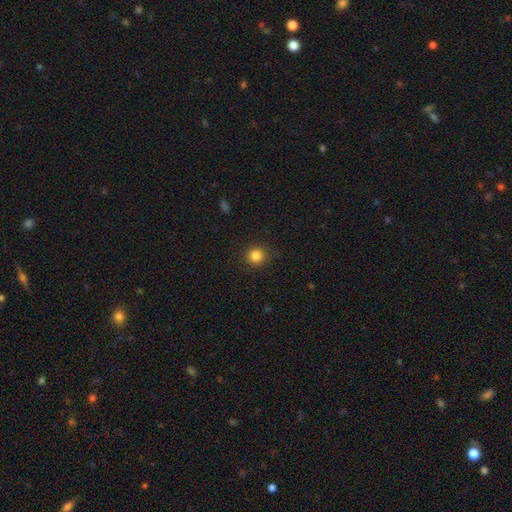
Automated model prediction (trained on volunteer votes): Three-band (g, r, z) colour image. It shows a smooth galaxy with no disk features (84%) that is round (93%). Merging: none (89%).